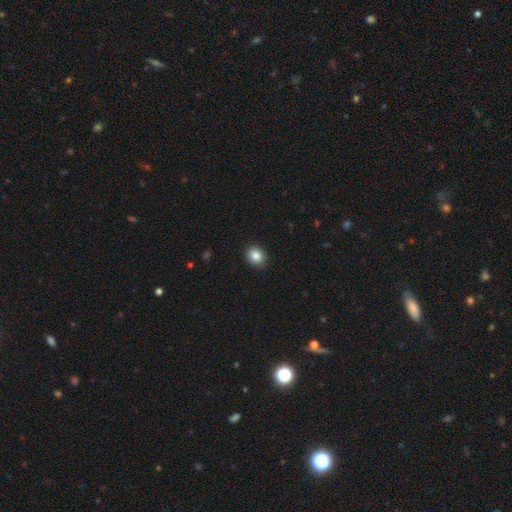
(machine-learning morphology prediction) Smooth or featured?
  - smooth: 85% *
  - star or artifact: 10%
  - featured or disk: 5%
How rounded?
  - round: 69% *
  - in between: 30%
  - cigar-shaped: 1%
Merging?
  - none: 84% *
  - minor disturbance: 13%
  - major disturbance: 2%
  - merger: 1%